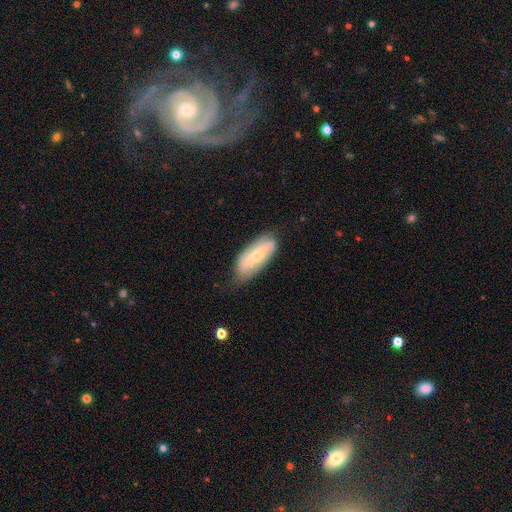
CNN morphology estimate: Smooth or featured? Predicted: featured or disk (p=0.47). Merging? Predicted: none (p=0.66).